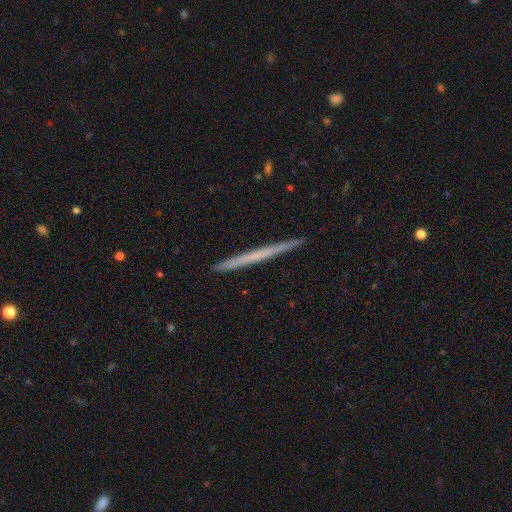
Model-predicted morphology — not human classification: featured or disk 49%, smooth 46%, star or artifact 6%. Down the decision tree: merging — none (92%).